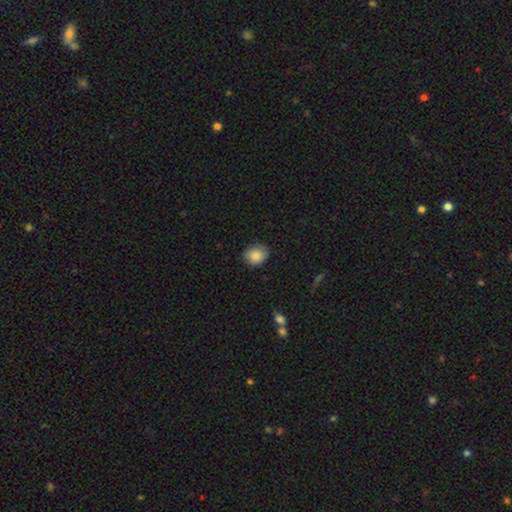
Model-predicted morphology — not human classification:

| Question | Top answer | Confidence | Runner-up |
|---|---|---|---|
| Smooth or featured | smooth | 88% | star or artifact (8%) |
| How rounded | round | 58% | in between (41%) |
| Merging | none | 84% | minor disturbance (13%) |